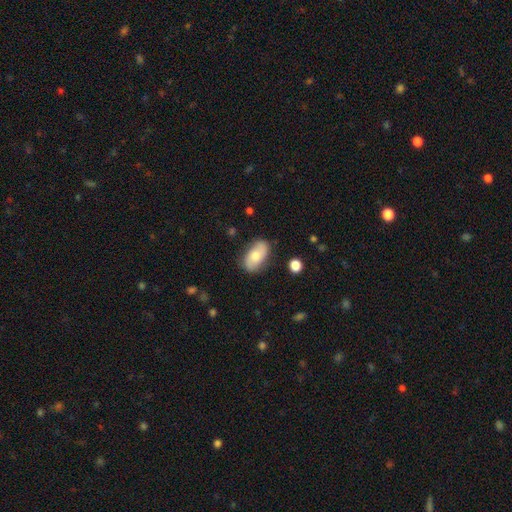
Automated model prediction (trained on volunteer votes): A smooth galaxy with no disk features (61%) that is in between round and cigar-shaped (92%). Merging: none (78%).